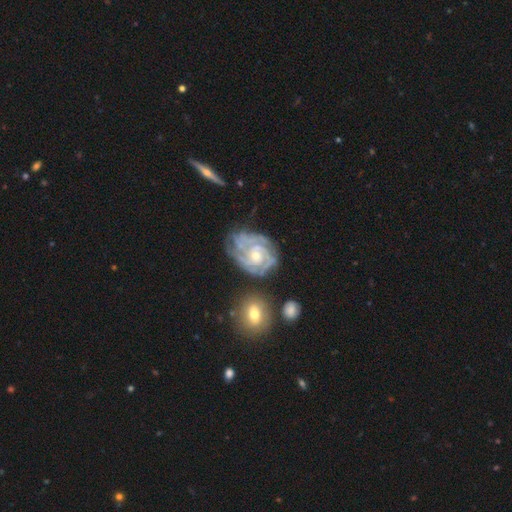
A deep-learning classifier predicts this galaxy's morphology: Overall: featured or disk (88%). Edge-on disk: no (97%). Bar: no (71%). Spiral arms: yes (96%). Spiral arm count: 3 (30%; can't tell 23%). Spiral winding: tight (72%). Bulge size: small (54%; moderate 42%). Merging: none (61%; minor disturbance 23%).